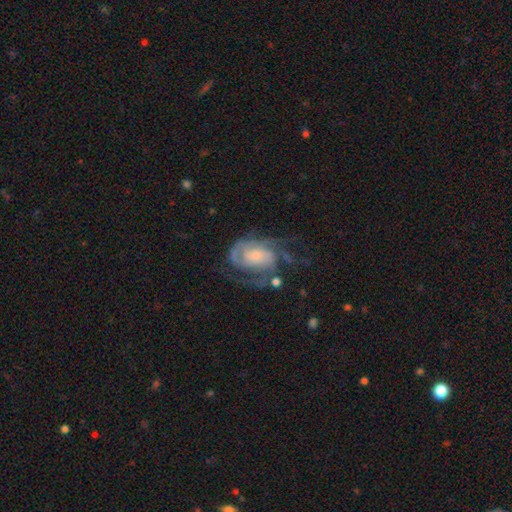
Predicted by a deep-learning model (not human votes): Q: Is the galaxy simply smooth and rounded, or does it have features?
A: featured or disk — 85%.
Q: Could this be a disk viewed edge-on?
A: no — 97%.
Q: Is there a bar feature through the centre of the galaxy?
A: no — 59%.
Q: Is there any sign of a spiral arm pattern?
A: yes — 95%.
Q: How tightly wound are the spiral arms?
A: medium — 45%.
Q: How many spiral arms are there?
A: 2 — 50%.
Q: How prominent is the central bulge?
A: small — 43%.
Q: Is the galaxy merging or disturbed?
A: none — 49%.